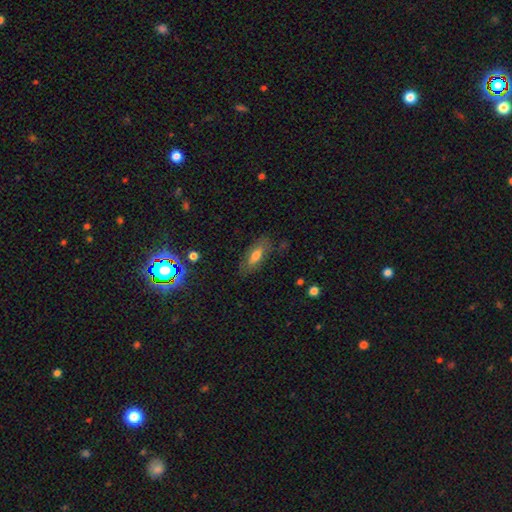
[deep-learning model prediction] Smooth or featured?
  - smooth: 62% *
  - featured or disk: 30%
  - star or artifact: 8%
How rounded?
  - in between: 71% *
  - cigar-shaped: 25%
  - round: 3%
Merging?
  - none: 77% *
  - minor disturbance: 16%
  - major disturbance: 5%
  - merger: 2%